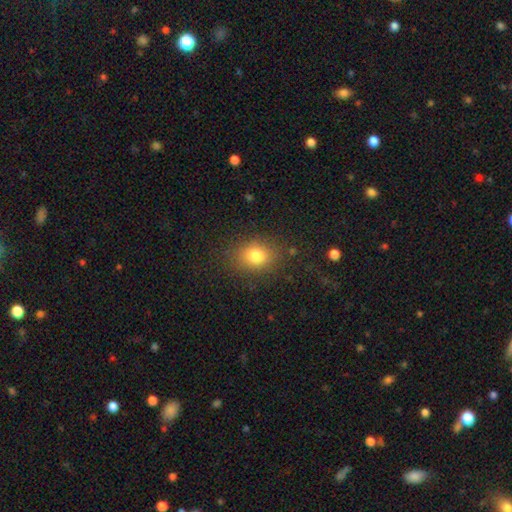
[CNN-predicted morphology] This is clearly a smooth galaxy (80%). How rounded: possibly in between (54%). Merging: clearly none (83%).